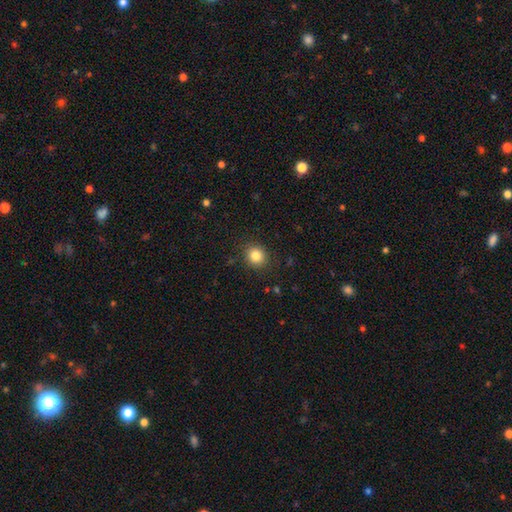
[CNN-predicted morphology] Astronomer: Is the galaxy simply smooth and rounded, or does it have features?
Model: smooth — 84%.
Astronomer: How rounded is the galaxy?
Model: round — 84%.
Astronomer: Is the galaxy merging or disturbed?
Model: none — 89%.